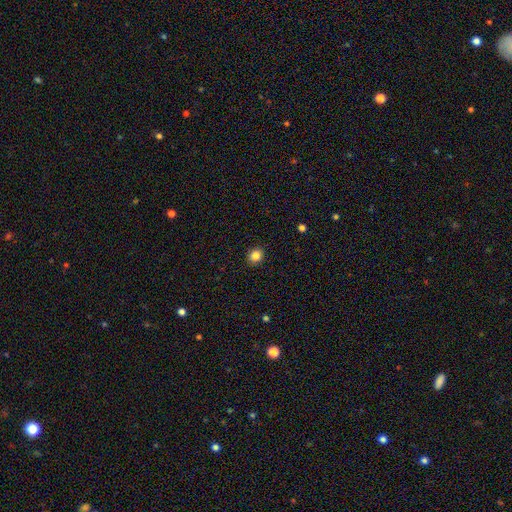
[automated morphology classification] Smooth or featured? Predicted: smooth (p=0.85). How rounded? Predicted: round (p=0.81). Merging? Predicted: none (p=0.91).